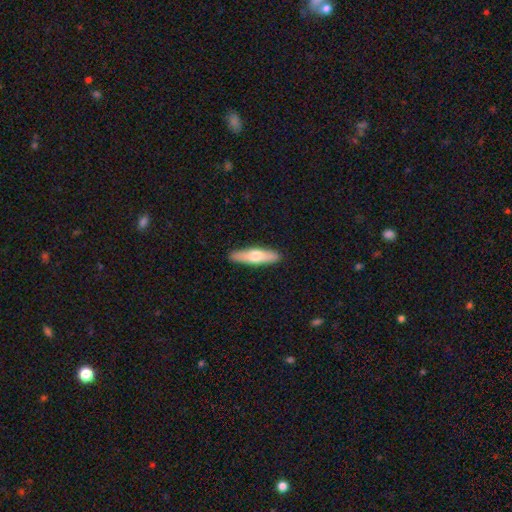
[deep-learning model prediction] Smooth or featured? smooth (57%)
How rounded? cigar-shaped (72%)
Merging? none (90%)